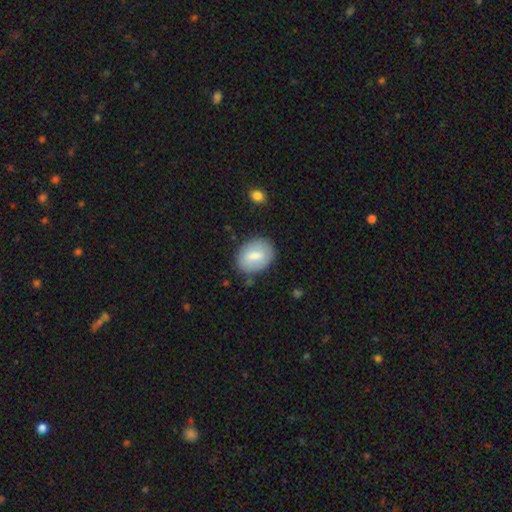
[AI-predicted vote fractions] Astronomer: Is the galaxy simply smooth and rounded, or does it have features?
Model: smooth — 70%.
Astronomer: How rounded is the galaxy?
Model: in between — 69%.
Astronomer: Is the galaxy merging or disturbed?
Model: none — 78%.